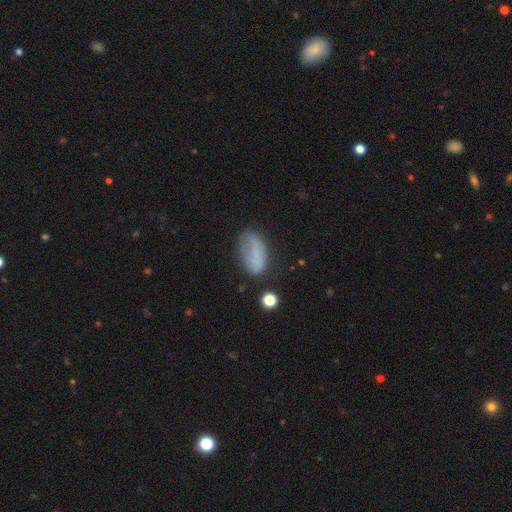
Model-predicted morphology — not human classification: This is likely a smooth galaxy (68%). How rounded: clearly in between (90%). Merging: possibly none (50%).